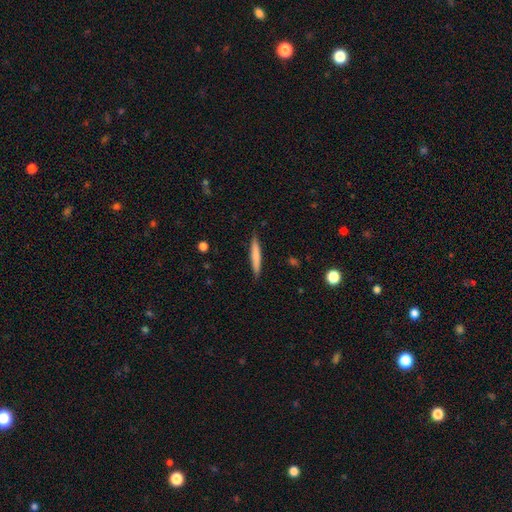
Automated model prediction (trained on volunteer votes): This appears to be a smooth galaxy with no disk features (71%) that is cigar-shaped (94%). Merging: none (88%).